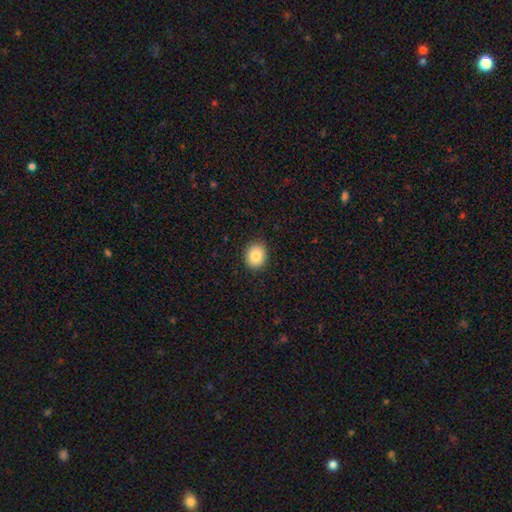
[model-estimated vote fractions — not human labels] A smooth galaxy with no disk features (85%) that is round (72%). Merging: none (91%).